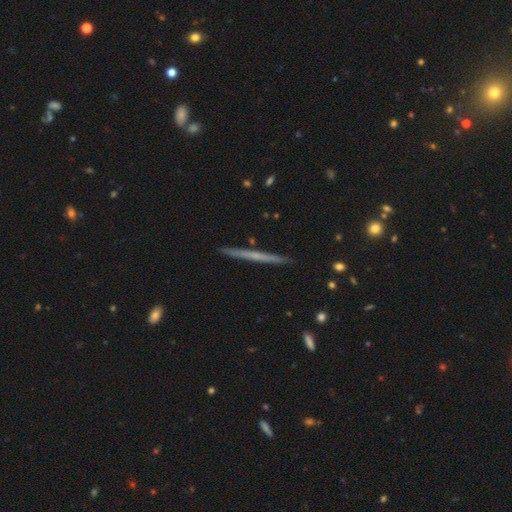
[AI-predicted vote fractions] featured or disk 58%, smooth 36%, star or artifact 6%. Down the decision tree: edge-on disk — yes (98%); edge-on bulge — none (80%); merging — none (92%).